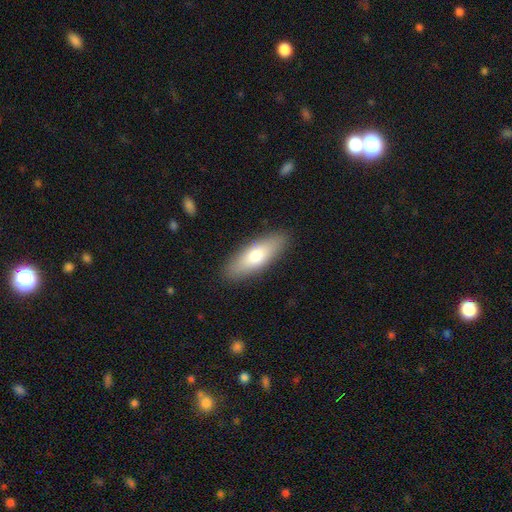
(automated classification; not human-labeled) A smooth galaxy with no disk features (72%) that is in between round and cigar-shaped (58%). Merging: none (89%).